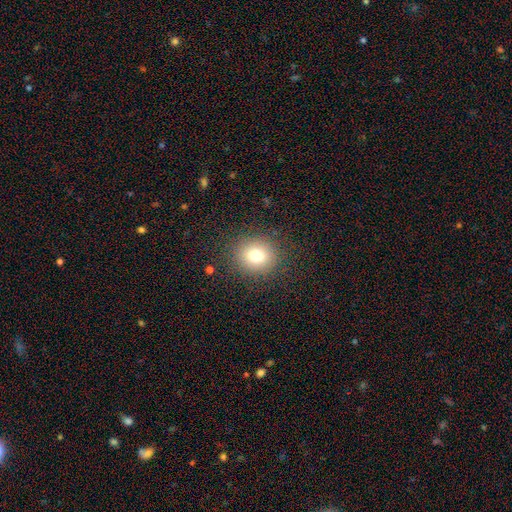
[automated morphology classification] Overall: smooth (77%). How rounded: round (81%). Merging: none (90%).